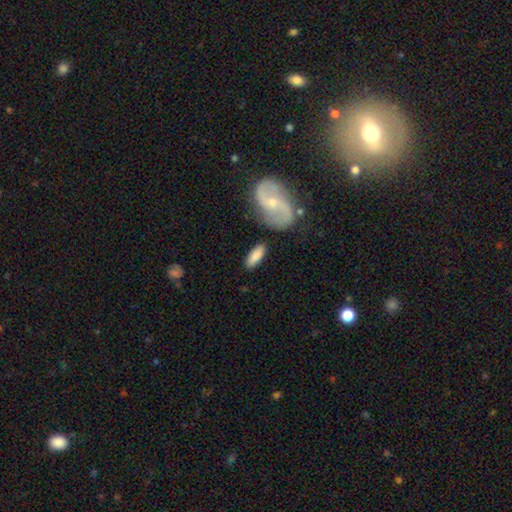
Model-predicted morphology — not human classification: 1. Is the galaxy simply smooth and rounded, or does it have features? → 77% smooth, 17% featured or disk, 6% star or artifact.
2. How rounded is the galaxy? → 73% in between, 24% cigar-shaped, 3% round.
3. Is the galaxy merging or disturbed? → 79% none, 12% minor disturbance, 6% merger, 3% major disturbance.